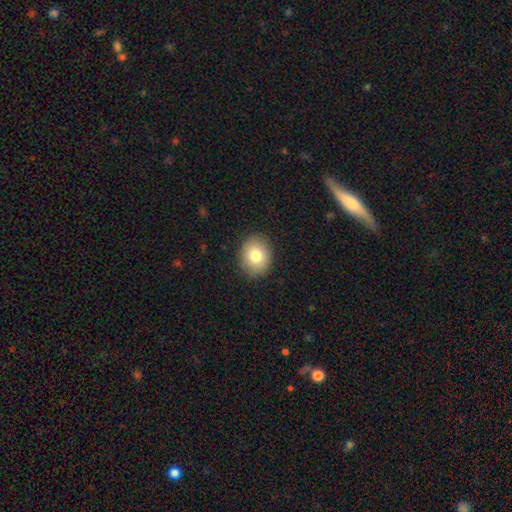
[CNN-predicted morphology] Overall: smooth (80%). How rounded: round (61%; in between 38%). Merging: none (90%).